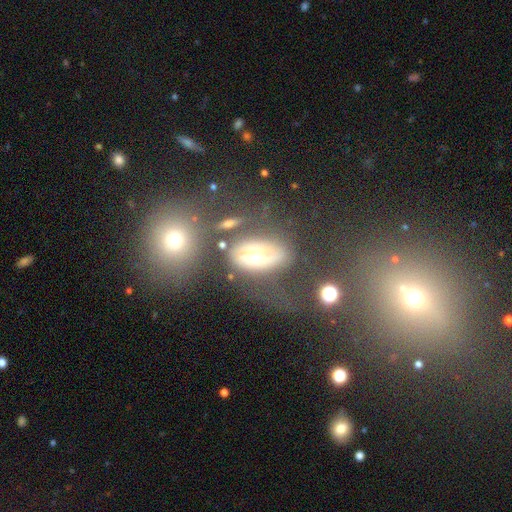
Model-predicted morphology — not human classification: This is possibly a featured or disk galaxy (49%). Merging: marginally none (38%).